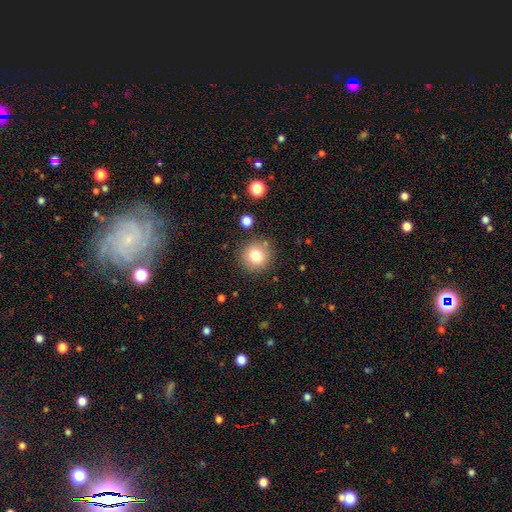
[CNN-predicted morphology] Smooth or featured? Predicted: smooth (p=0.79). How rounded? Predicted: round (p=0.93). Merging? Predicted: none (p=0.85).